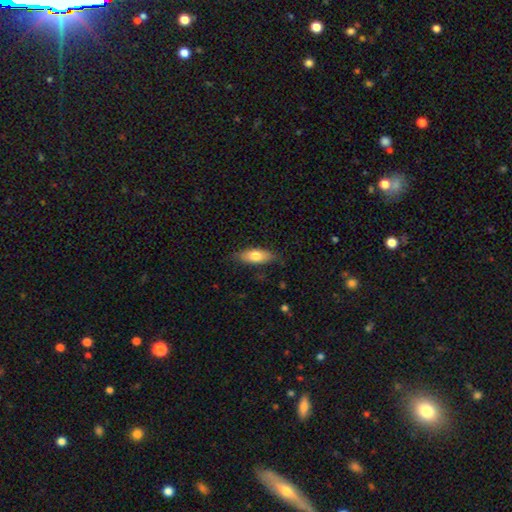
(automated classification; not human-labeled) This appears to be a smooth galaxy with no disk features (75%) that is in between round and cigar-shaped (76%). Merging: none (79%).